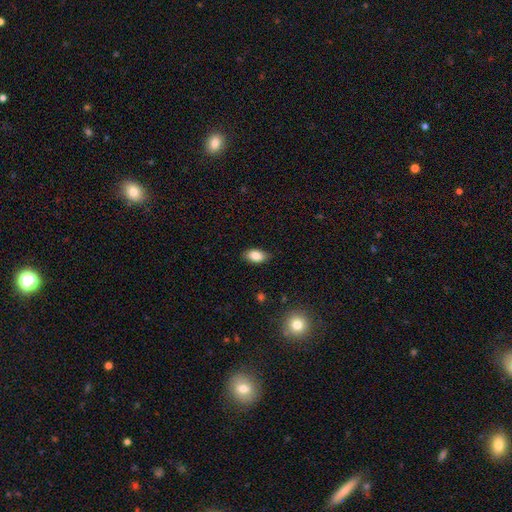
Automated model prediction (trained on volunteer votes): Smooth or featured: smooth — 85% (star or artifact — 8%)
How rounded: in between — 91% (round — 7%)
Merging: none — 84% (minor disturbance — 13%)